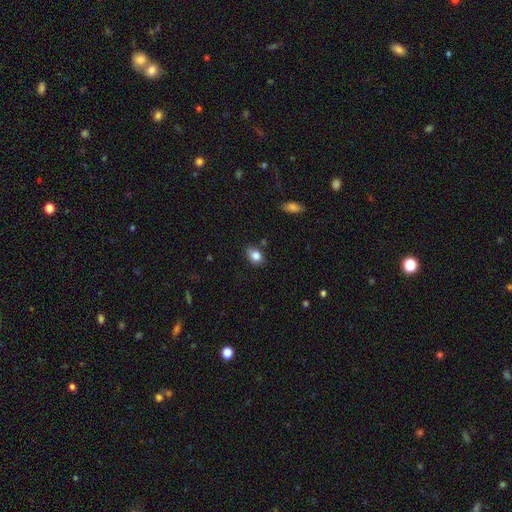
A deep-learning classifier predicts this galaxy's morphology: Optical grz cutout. It shows a smooth galaxy with no disk features (83%) that is in between round and cigar-shaped (66%). Merging: none (77%).